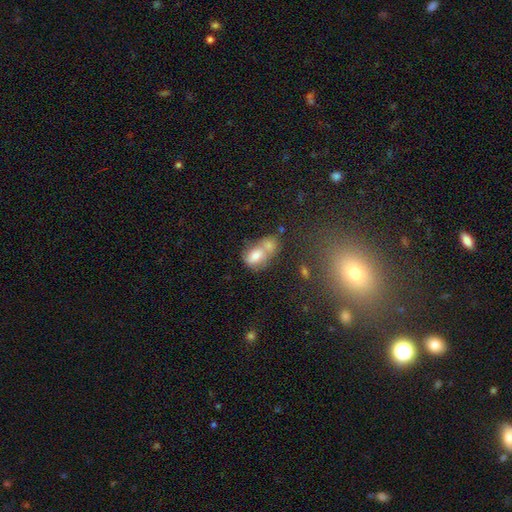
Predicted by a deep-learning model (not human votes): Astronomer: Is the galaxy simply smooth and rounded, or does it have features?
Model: smooth — 69%.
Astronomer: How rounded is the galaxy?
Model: in between — 67%.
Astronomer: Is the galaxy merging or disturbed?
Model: merger — 62%.